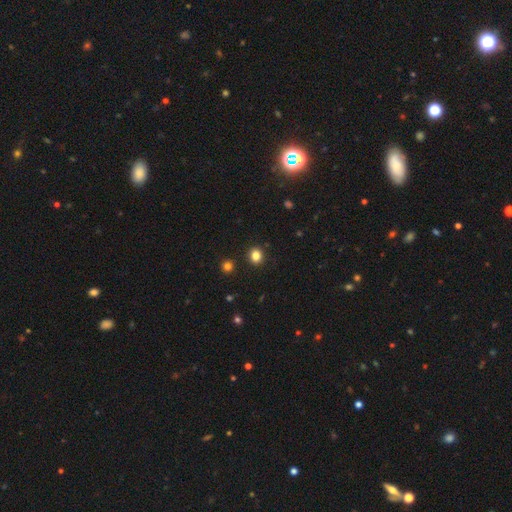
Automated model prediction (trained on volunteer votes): Q: Smooth or featured?
A: smooth (83%); runner-up: star or artifact (13%)
Q: How rounded?
A: round (76%); runner-up: in between (24%)
Q: Merging?
A: none (91%); runner-up: minor disturbance (6%)